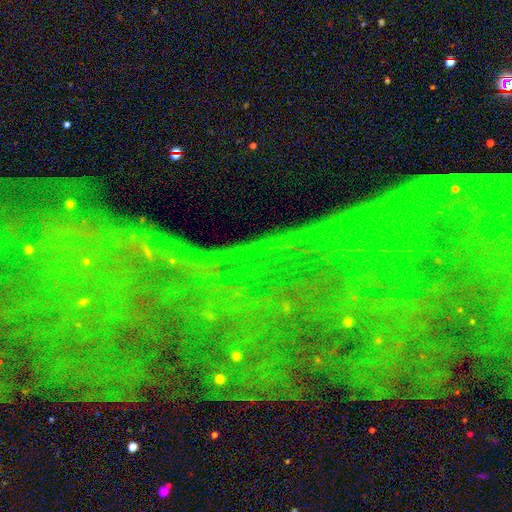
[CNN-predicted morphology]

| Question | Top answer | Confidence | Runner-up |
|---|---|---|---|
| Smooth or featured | star or artifact | 84% | featured or disk (10%) |